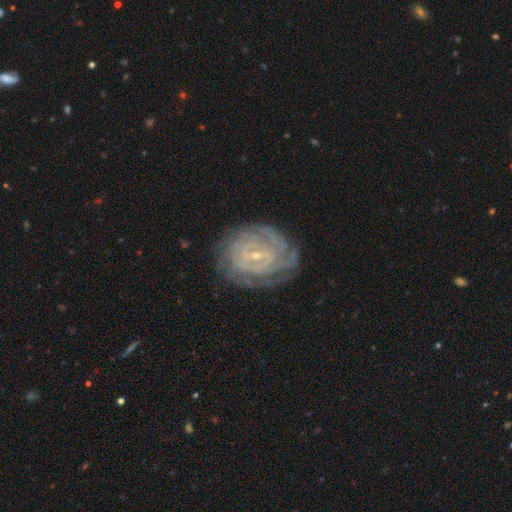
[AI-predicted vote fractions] Overall: featured or disk (84%). Edge-on disk: no (97%). Bar: weak (46%; no 34%). Spiral arms: yes (94%). Spiral arm count: can't tell (38%; 2 18%). Spiral winding: tight (80%). Bulge size: small (82%). Merging: none (75%).